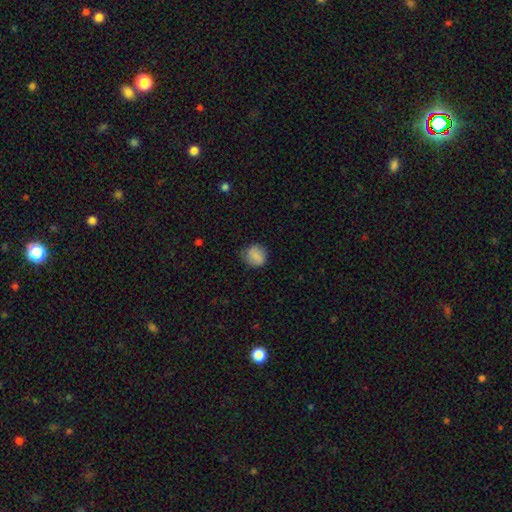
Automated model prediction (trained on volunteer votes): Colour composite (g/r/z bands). It shows a smooth galaxy with no disk features (82%) that is round (83%). Merging: none (72%).